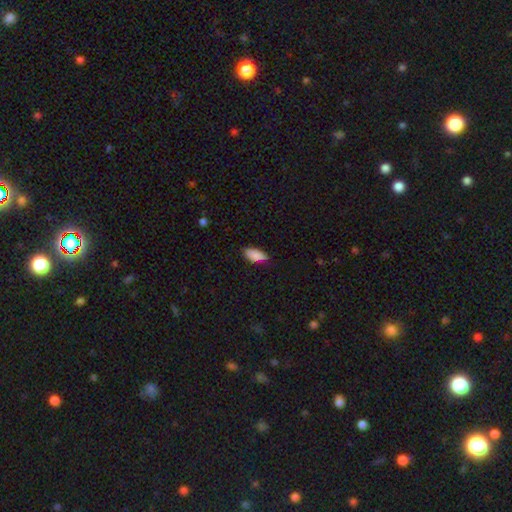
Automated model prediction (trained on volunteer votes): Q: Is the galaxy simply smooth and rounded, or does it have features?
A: smooth — 86%.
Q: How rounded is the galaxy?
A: in between — 88%.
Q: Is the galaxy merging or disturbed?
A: none — 69%.